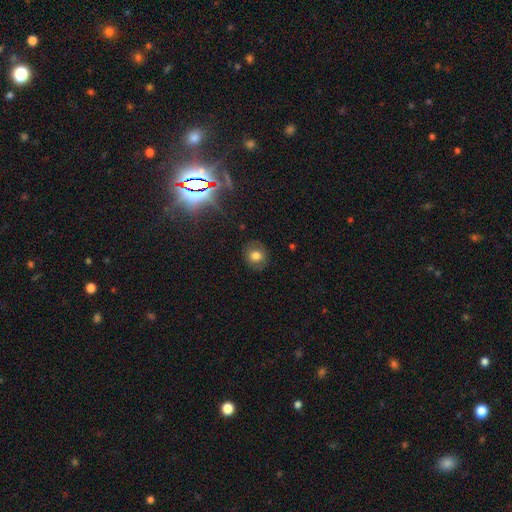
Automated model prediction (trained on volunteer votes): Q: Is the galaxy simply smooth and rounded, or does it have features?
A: smooth — 73%.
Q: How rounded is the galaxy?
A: round — 81%.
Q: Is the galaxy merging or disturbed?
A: none — 86%.